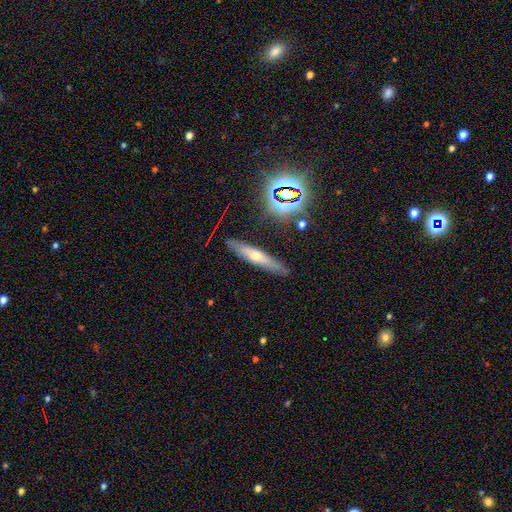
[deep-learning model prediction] Morphology: type=featured or disk (46%); merging=none (84%).